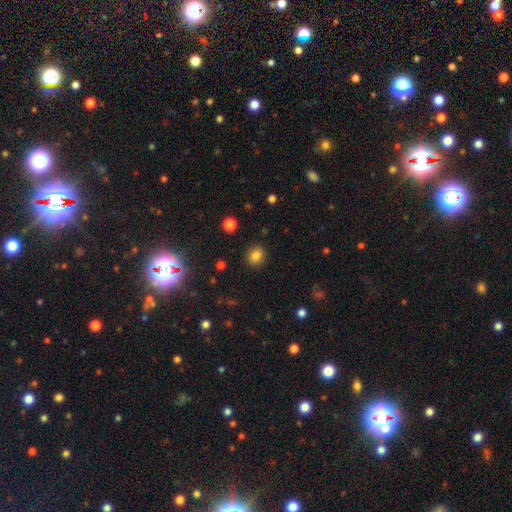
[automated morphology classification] Smooth or featured: smooth — 82% (star or artifact — 12%)
How rounded: round — 73% (in between — 26%)
Merging: none — 90% (minor disturbance — 7%)